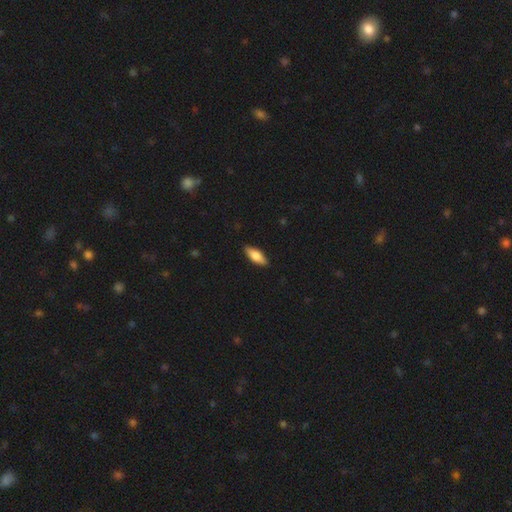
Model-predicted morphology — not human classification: Smooth or featured?
  - smooth: 76% *
  - featured or disk: 18%
  - star or artifact: 6%
How rounded?
  - in between: 68% *
  - cigar-shaped: 29%
  - round: 2%
Merging?
  - none: 88% *
  - minor disturbance: 9%
  - major disturbance: 2%
  - merger: 1%